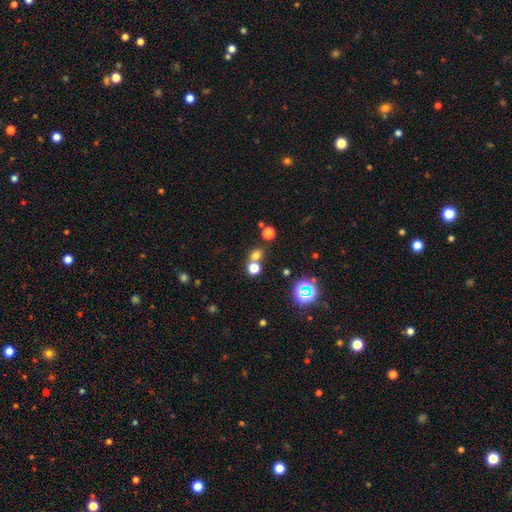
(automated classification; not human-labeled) Smooth or featured? Predicted: smooth (p=0.65). How rounded? Predicted: round (p=0.73). Merging? Predicted: none (p=0.58).